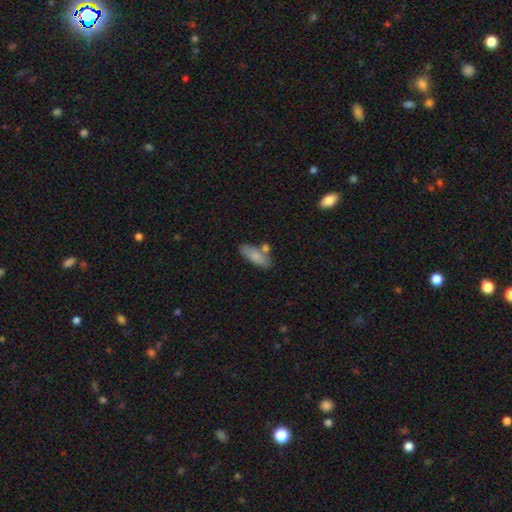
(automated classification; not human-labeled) Q: Smooth or featured?
A: smooth (81%); runner-up: featured or disk (13%)
Q: How rounded?
A: in between (69%); runner-up: cigar-shaped (29%)
Q: Merging?
A: none (64%); runner-up: merger (17%)